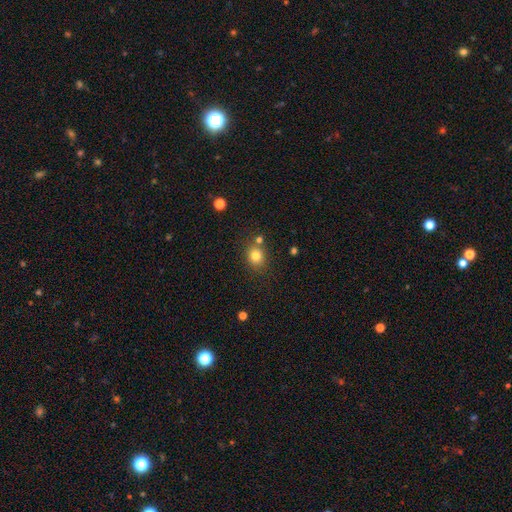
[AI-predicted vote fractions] Overall: smooth (80%). How rounded: round (71%). Merging: none (76%).